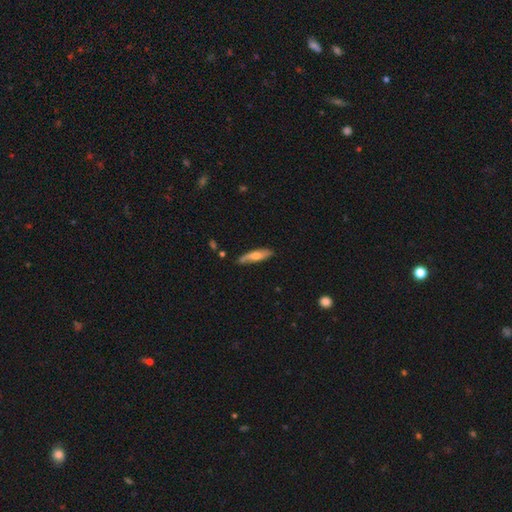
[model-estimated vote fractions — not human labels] Smooth or featured?
  - smooth: 51% *
  - featured or disk: 43%
  - star or artifact: 6%
How rounded?
  - cigar-shaped: 67% *
  - in between: 31%
  - round: 2%
Merging?
  - none: 72% *
  - minor disturbance: 21%
  - major disturbance: 4%
  - merger: 2%